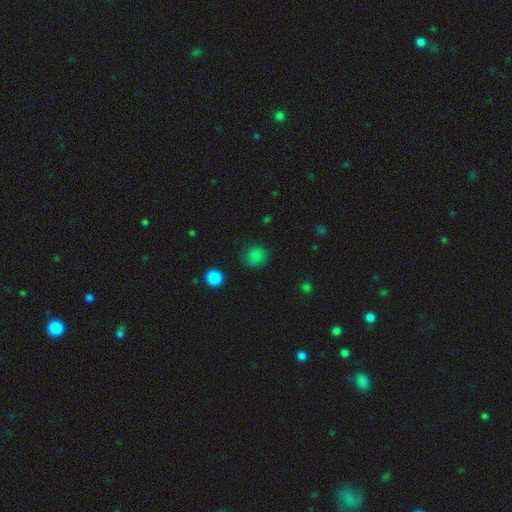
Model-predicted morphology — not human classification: Smooth or featured? Predicted: smooth (p=0.82). How rounded? Predicted: round (p=0.88). Merging? Predicted: none (p=0.82).